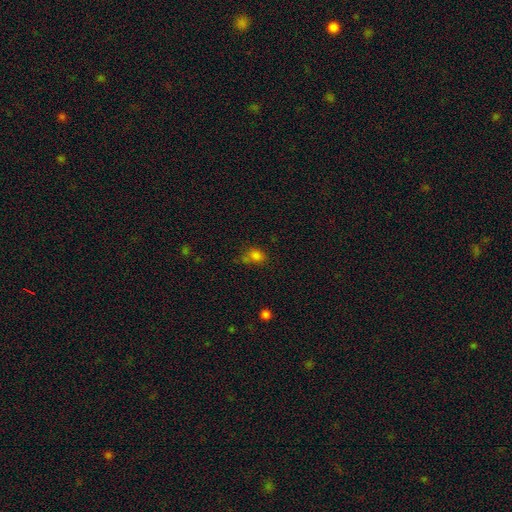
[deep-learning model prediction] Smooth or featured? Predicted: smooth (p=0.76). How rounded? Predicted: in between (p=0.52). Merging? Predicted: none (p=0.52).